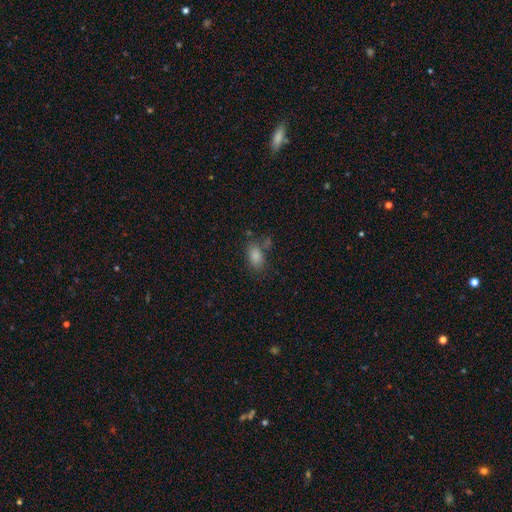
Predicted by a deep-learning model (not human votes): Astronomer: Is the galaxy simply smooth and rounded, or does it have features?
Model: smooth — 83%.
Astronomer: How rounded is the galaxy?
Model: in between — 87%.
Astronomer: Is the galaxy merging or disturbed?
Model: none — 65%.